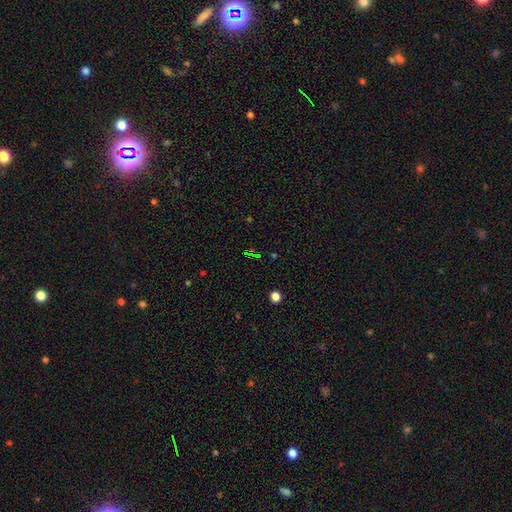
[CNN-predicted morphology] Q: Smooth or featured?
A: star or artifact (72%); runner-up: smooth (18%)